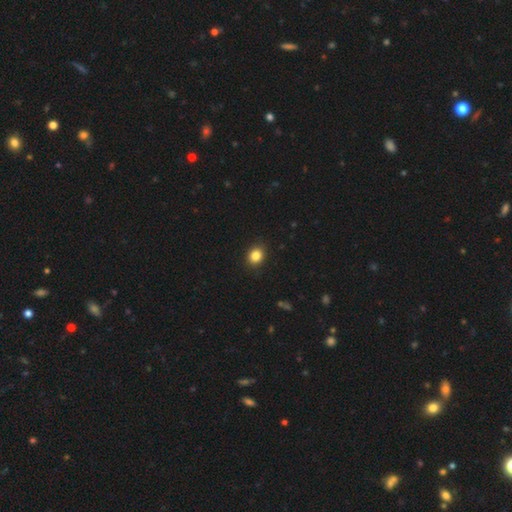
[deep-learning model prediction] A smooth galaxy with no disk features (85%) that is round (63%).

Vote fractions:
- Smooth or featured? smooth: 85% / star or artifact: 11% / featured or disk: 5%
- How rounded? round: 63% / in between: 36% / cigar-shaped: 1%
- Merging? none: 90% / minor disturbance: 8% / major disturbance: 2% / merger: 1%